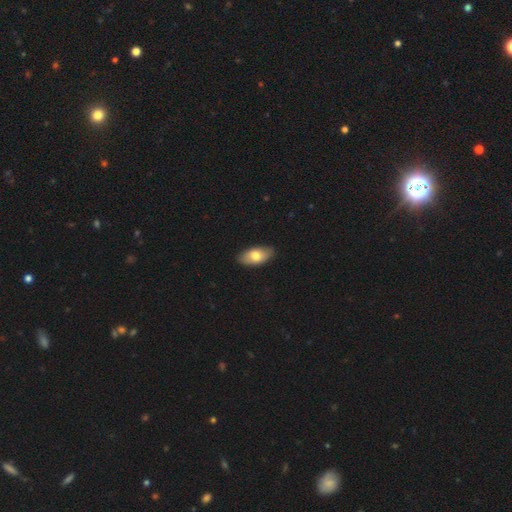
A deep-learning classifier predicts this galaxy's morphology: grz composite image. It shows a smooth galaxy with no disk features (75%) that is in between round and cigar-shaped (92%). Merging: none (88%).